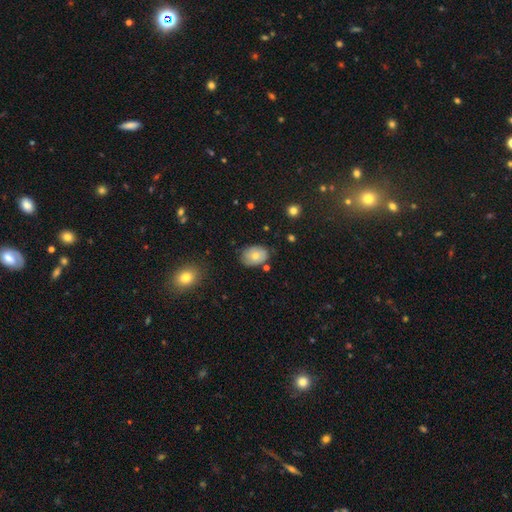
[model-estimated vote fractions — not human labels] smooth_or_featured: smooth (p=0.67) [alt: featured or disk p=0.24]
how_rounded: in between (p=0.73) [alt: round p=0.26]
merging: none (p=0.71) [alt: minor disturbance p=0.22]